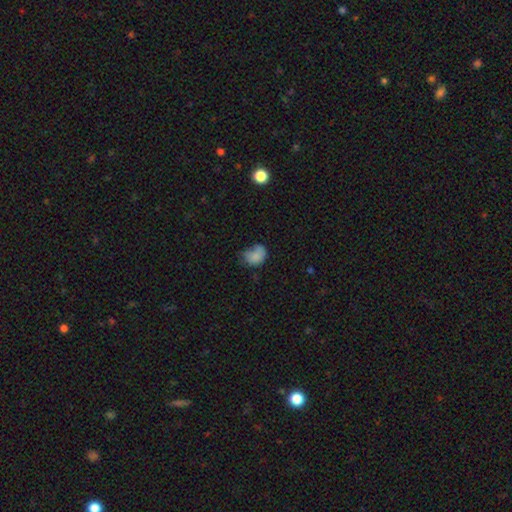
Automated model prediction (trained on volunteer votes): smooth-or-featured: smooth: 76% | featured or disk: 14% | star or artifact: 11%
  how-rounded: in between: 60% | round: 39% | cigar-shaped: 1%
  merging: none: 37% | minor disturbance: 34% | major disturbance: 23% | merger: 6%